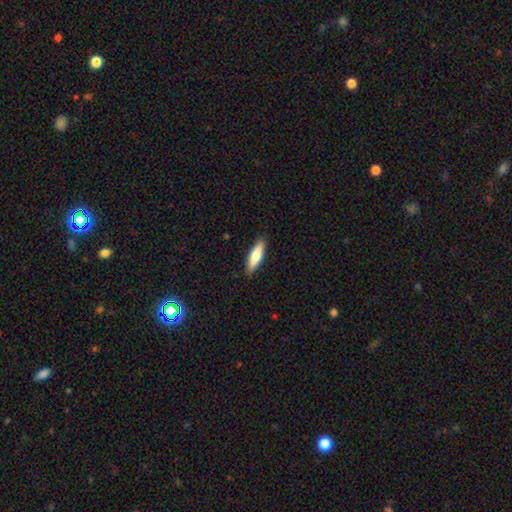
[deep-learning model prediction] Smooth or featured? Predicted: smooth (p=0.72). How rounded? Predicted: cigar-shaped (p=0.60). Merging? Predicted: none (p=0.89).